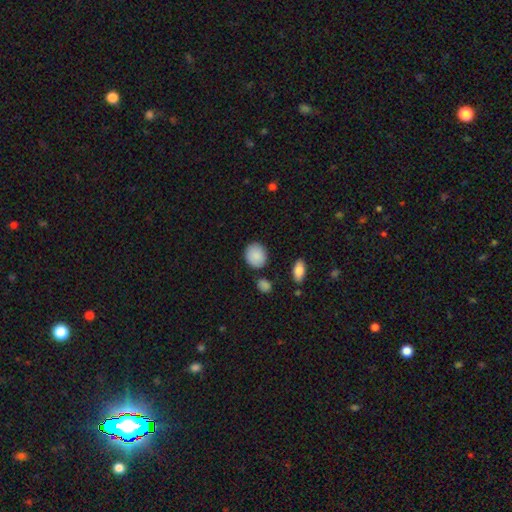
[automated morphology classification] Smooth or featured? smooth (89%)
How rounded? round (62%)
Merging? none (81%)